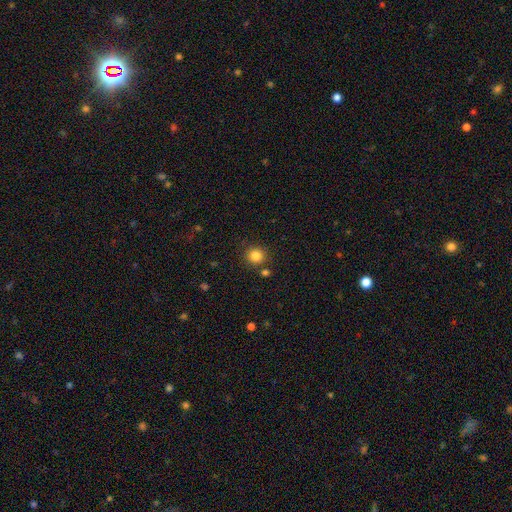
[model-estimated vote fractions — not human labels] This is clearly a smooth galaxy (84%). How rounded: clearly round (91%). Merging: clearly none (82%).